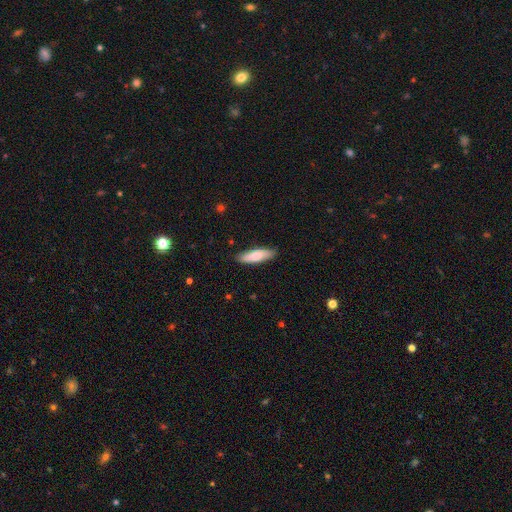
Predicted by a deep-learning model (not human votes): smooth-or-featured: smooth: 79% | featured or disk: 16% | star or artifact: 5%
  how-rounded: cigar-shaped: 61% | in between: 37% | round: 2%
  merging: none: 87% | minor disturbance: 10% | major disturbance: 2% | merger: 1%